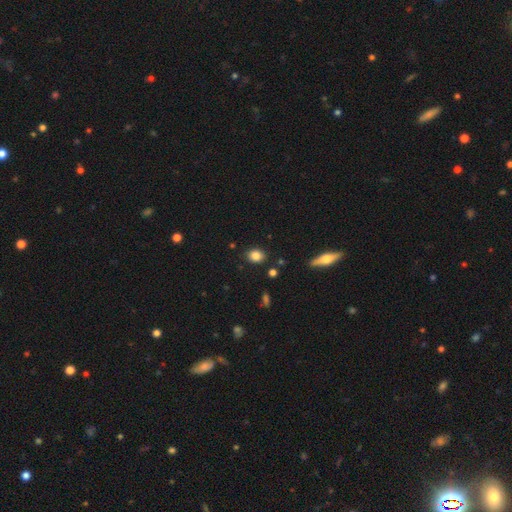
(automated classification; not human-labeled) Smooth or featured? smooth (84%)
How rounded? round (50%)
Merging? none (86%)